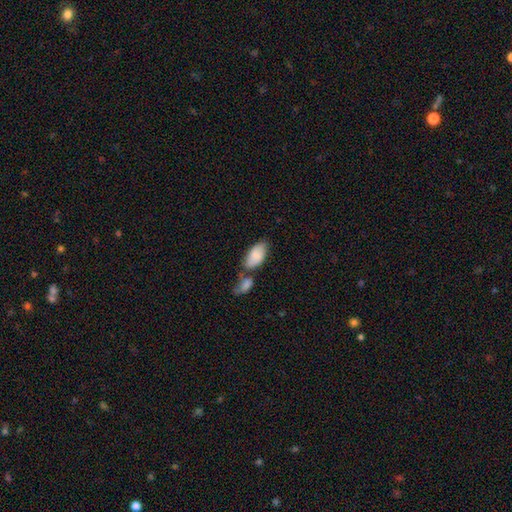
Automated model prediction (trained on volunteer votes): A smooth galaxy with no disk features (84%) that is in between round and cigar-shaped (94%).

Vote fractions:
- Smooth or featured? smooth: 84% / featured or disk: 10% / star or artifact: 6%
- How rounded? in between: 94% / cigar-shaped: 4% / round: 3%
- Merging? none: 40% / merger: 39% / minor disturbance: 15% / major disturbance: 6%